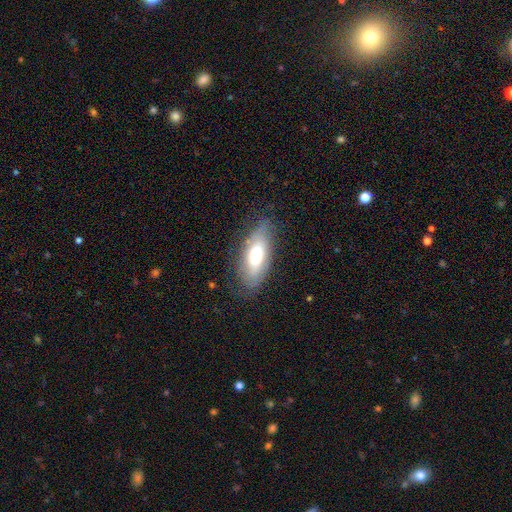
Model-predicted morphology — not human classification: This is possibly a smooth galaxy (55%). How rounded: clearly in between (82%). Merging: likely none (70%).